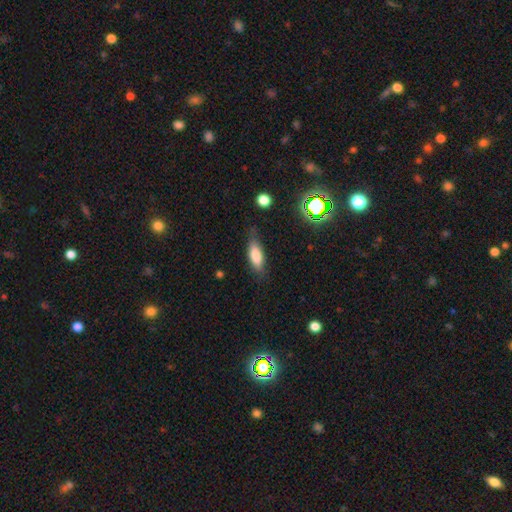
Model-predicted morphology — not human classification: This appears to be a smooth galaxy with no disk features (78%) that is in between round and cigar-shaped (69%). Merging: none (72%).